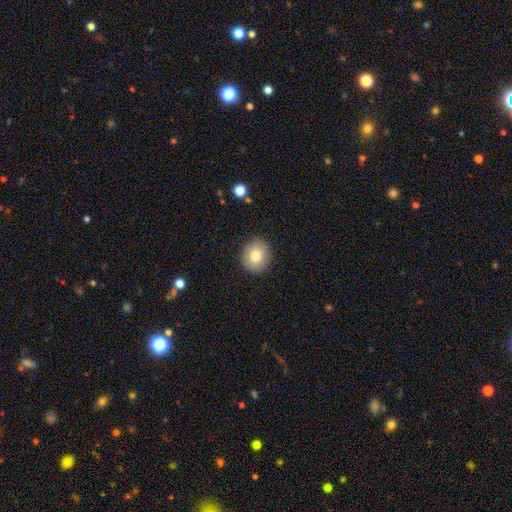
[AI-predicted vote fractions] Smooth or featured?
  - smooth: 81% *
  - featured or disk: 11%
  - star or artifact: 8%
How rounded?
  - round: 74% *
  - in between: 25%
  - cigar-shaped: 1%
Merging?
  - none: 89% *
  - minor disturbance: 8%
  - major disturbance: 2%
  - merger: 1%